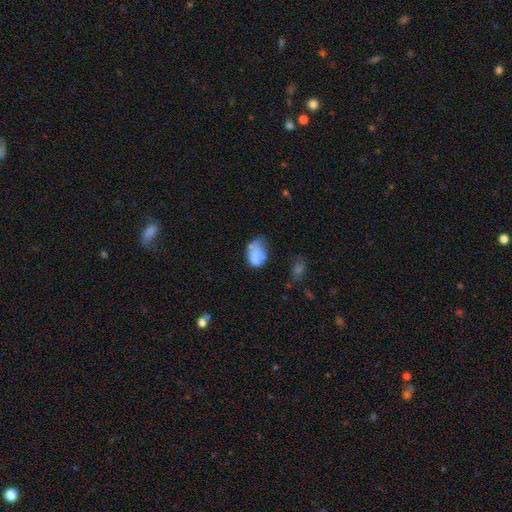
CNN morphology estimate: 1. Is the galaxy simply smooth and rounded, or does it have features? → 68% smooth, 22% featured or disk, 10% star or artifact.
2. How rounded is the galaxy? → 86% in between, 13% round, 1% cigar-shaped.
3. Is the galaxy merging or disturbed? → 33% minor disturbance, 31% none, 24% major disturbance, 13% merger.